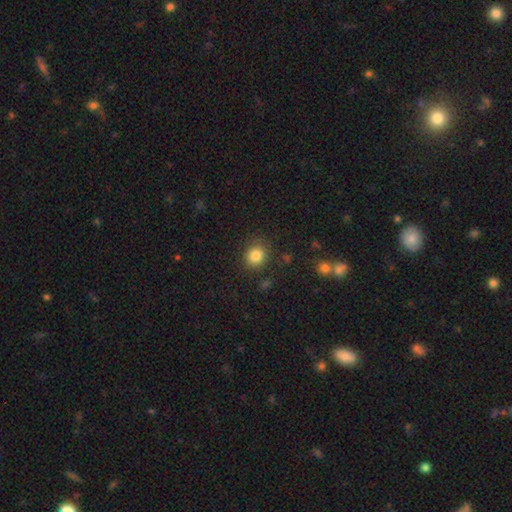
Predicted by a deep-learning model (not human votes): A smooth galaxy with no disk features (84%) that is round (80%).

Vote fractions:
- Smooth or featured? smooth: 84% / star or artifact: 10% / featured or disk: 6%
- How rounded? round: 80% / in between: 19% / cigar-shaped: 1%
- Merging? none: 84% / minor disturbance: 10% / major disturbance: 4% / merger: 2%